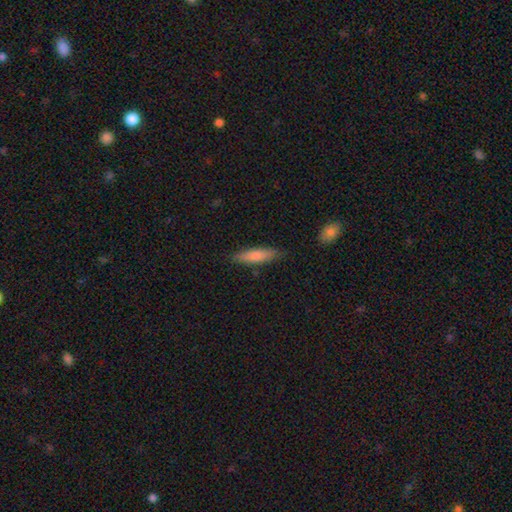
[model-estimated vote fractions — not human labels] smooth_or_featured: smooth (p=0.80) [alt: featured or disk p=0.14]
how_rounded: cigar-shaped (p=0.74) [alt: in between p=0.25]
merging: none (p=0.85) [alt: minor disturbance p=0.12]